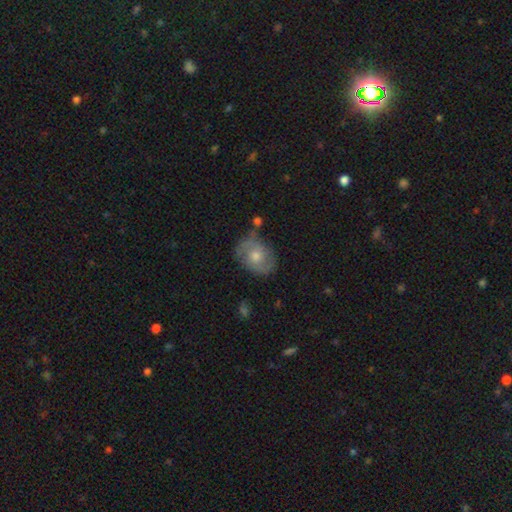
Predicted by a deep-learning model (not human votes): This appears to be a featured or disk galaxy (65%) with no bar (70%), 2 (79%) medium (46%) spiral arms (85%) and a moderate central bulge (66%). Merging: none (76%).